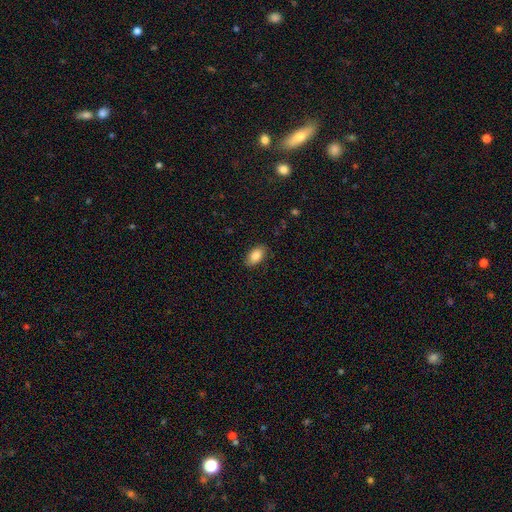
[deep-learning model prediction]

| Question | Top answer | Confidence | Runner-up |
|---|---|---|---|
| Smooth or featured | smooth | 85% | featured or disk (8%) |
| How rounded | in between | 93% | round (5%) |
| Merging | none | 84% | minor disturbance (12%) |